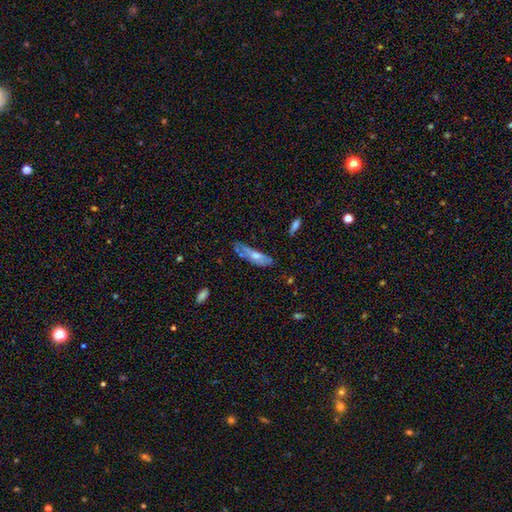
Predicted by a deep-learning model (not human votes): smooth-or-featured: smooth: 52% | featured or disk: 41% | star or artifact: 7%
  how-rounded: cigar-shaped: 50% | in between: 48% | round: 2%
  merging: none: 44% | minor disturbance: 33% | major disturbance: 16% | merger: 7%